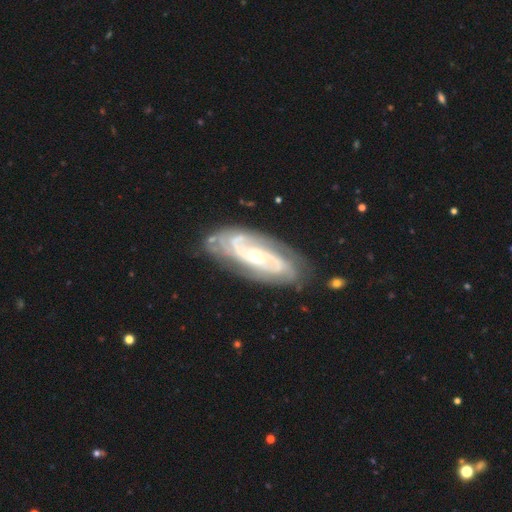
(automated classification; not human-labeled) smooth_or_featured: featured or disk (p=0.89) [alt: smooth p=0.07]
disk_edge_on: no (p=0.93) [alt: yes p=0.07]
bar: no (p=0.63) [alt: weak p=0.26]
has_spiral_arms: yes (p=0.96) [alt: no p=0.04]
spiral_winding: tight (p=0.63) [alt: medium p=0.31]
spiral_arm_count: 2 (p=0.45) [alt: can't tell p=0.22]
bulge_size: small (p=0.59) [alt: moderate p=0.38]
merging: none (p=0.77) [alt: minor disturbance p=0.16]